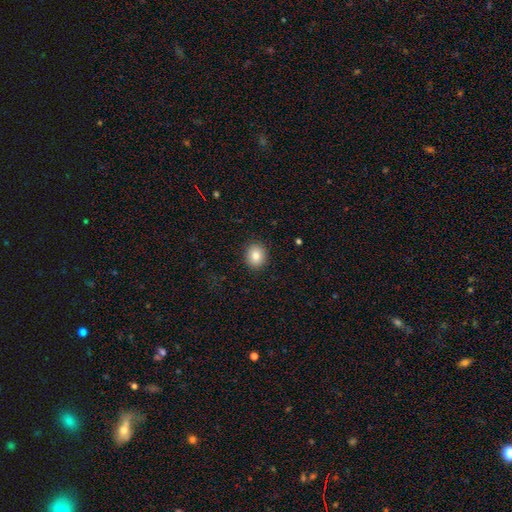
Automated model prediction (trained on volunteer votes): A smooth galaxy with no disk features (84%) that is round (70%).

Vote fractions:
- Smooth or featured? smooth: 84% / star or artifact: 9% / featured or disk: 7%
- How rounded? round: 70% / in between: 29% / cigar-shaped: 1%
- Merging? none: 90% / minor disturbance: 7% / major disturbance: 2% / merger: 1%